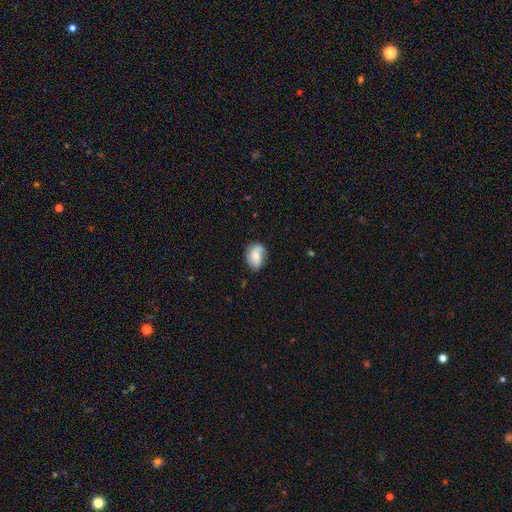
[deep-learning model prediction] This appears to be a featured or disk galaxy (51%). Merging: none (64%).